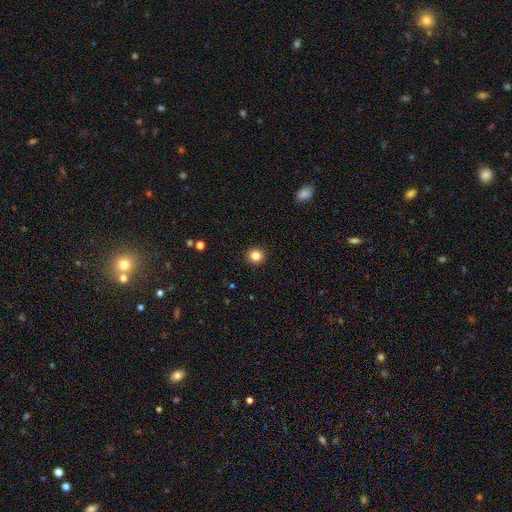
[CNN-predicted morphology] Smooth or featured: smooth — 84% (star or artifact — 11%)
How rounded: round — 93% (in between — 6%)
Merging: none — 93% (minor disturbance — 4%)